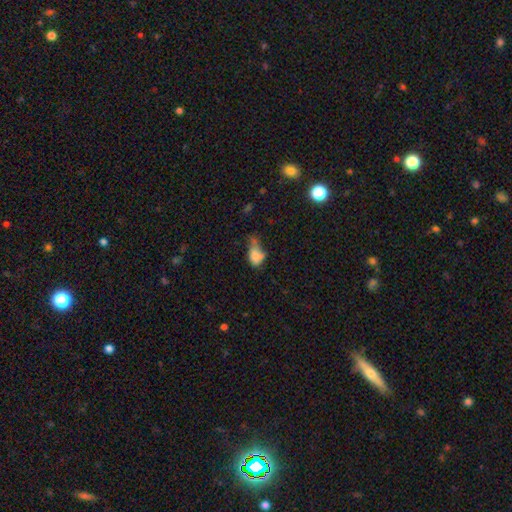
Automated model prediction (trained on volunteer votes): A smooth galaxy with no disk features (71%) that is in between round and cigar-shaped (85%).

Vote fractions:
- Smooth or featured? smooth: 71% / featured or disk: 17% / star or artifact: 12%
- How rounded? in between: 85% / round: 12% / cigar-shaped: 3%
- Merging? major disturbance: 33% (tied) / minor disturbance: 33% (tied) / none: 21% / merger: 13%